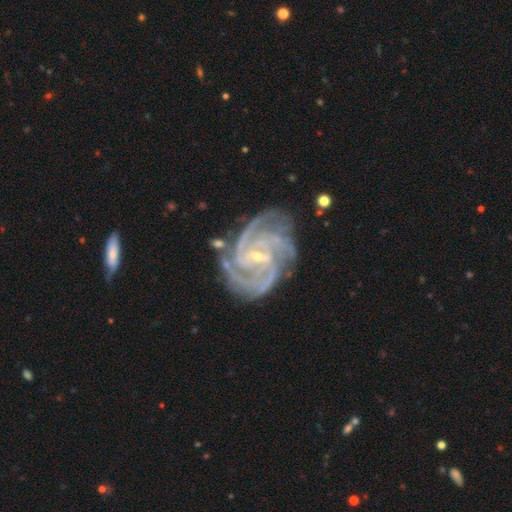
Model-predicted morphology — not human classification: Q: Smooth or featured?
A: featured or disk (93%); runner-up: star or artifact (5%)
Q: Edge-on disk?
A: no (98%); runner-up: yes (2%)
Q: Bar?
A: weak (46%); runner-up: no (29%)
Q: Spiral arms?
A: yes (99%); runner-up: no (1%)
Q: Spiral winding?
A: tight (63%); runner-up: medium (33%)
Q: Spiral arm count?
A: 4 (33%); runner-up: 3 (28%)
Q: Bulge size?
A: small (81%); runner-up: moderate (15%)
Q: Merging?
A: none (70%); runner-up: minor disturbance (19%)